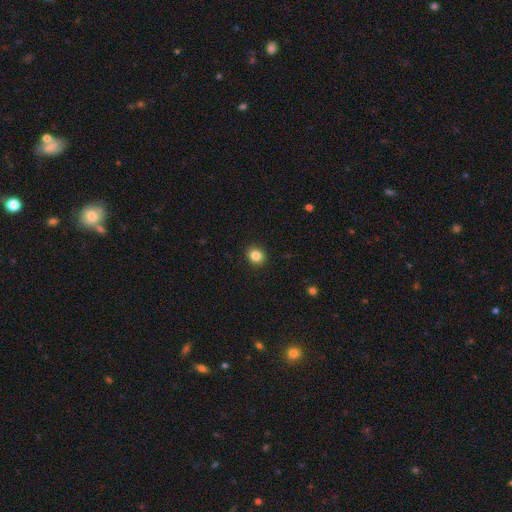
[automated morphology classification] Overall: smooth (85%). How rounded: round (75%). Merging: none (91%).